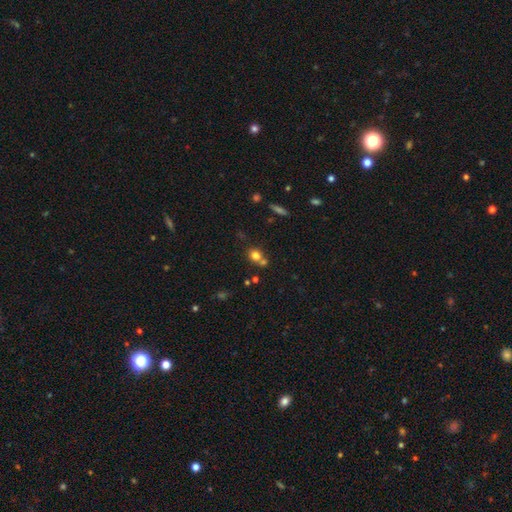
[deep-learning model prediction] A smooth galaxy with no disk features (76%) that is round (78%). Merging: none (52%).